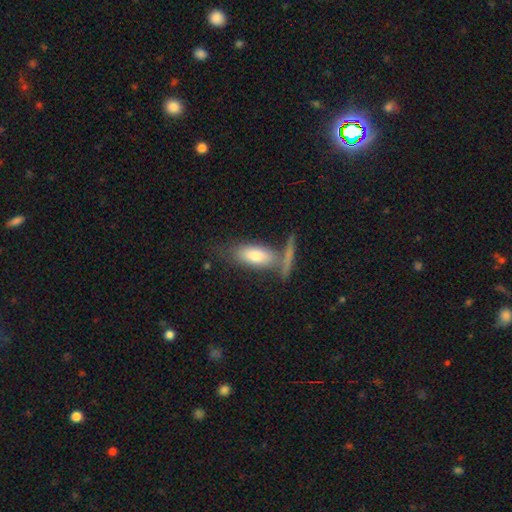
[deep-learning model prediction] Smooth or featured? smooth (72%)
How rounded? in between (79%)
Merging? none (51%)